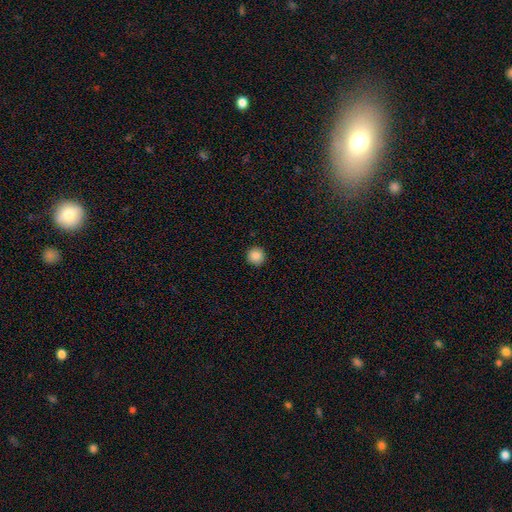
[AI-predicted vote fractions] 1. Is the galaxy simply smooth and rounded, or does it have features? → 88% smooth, 10% star or artifact, 3% featured or disk.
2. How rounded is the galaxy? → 96% round, 3% in between, 1% cigar-shaped.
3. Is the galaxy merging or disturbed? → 93% none, 5% minor disturbance, 2% major disturbance, 1% merger.